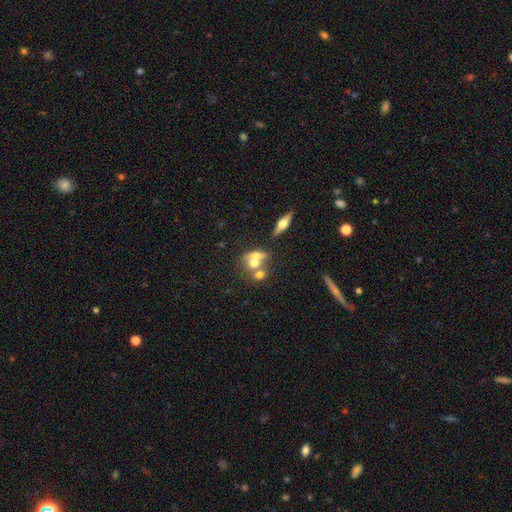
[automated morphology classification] A smooth galaxy with no disk features (51%) that is round (52%). Merging: merger (58%).